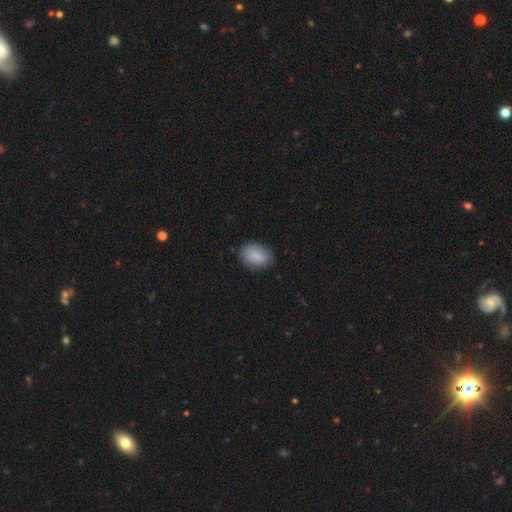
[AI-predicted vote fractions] Overall: smooth (85%). How rounded: in between (75%). Merging: none (82%).